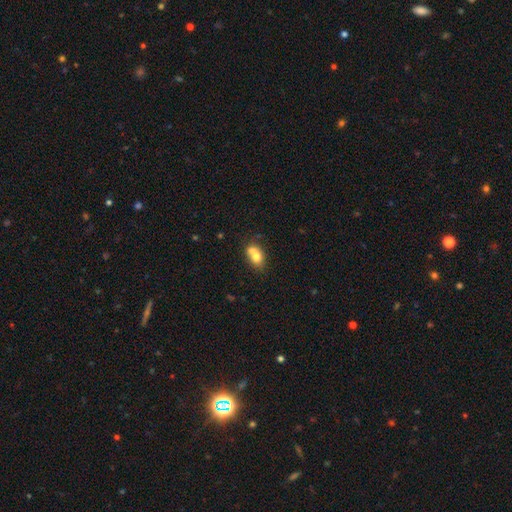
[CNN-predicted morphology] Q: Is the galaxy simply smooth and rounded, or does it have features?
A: smooth — 70%.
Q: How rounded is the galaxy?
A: in between — 58%.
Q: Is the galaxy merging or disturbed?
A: merger — 59%.